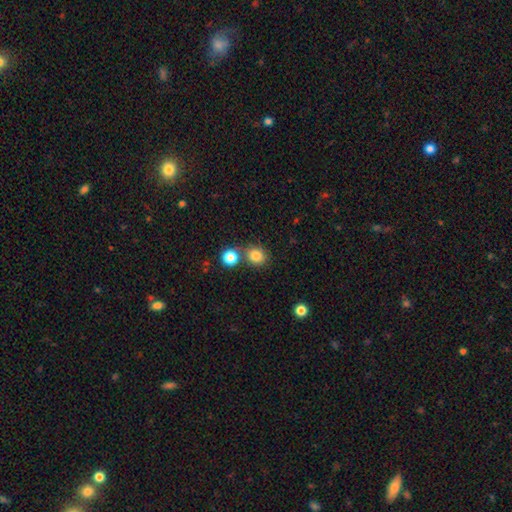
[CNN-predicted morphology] Smooth or featured? smooth (81%)
How rounded? round (77%)
Merging? none (63%)